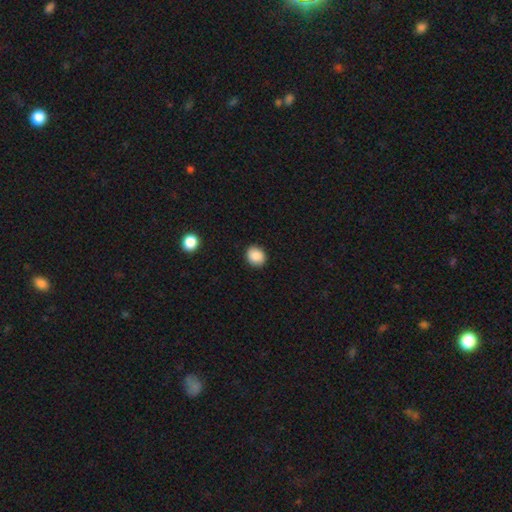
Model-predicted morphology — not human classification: This appears to be a smooth galaxy with no disk features (88%) that is round (64%). Merging: none (89%).